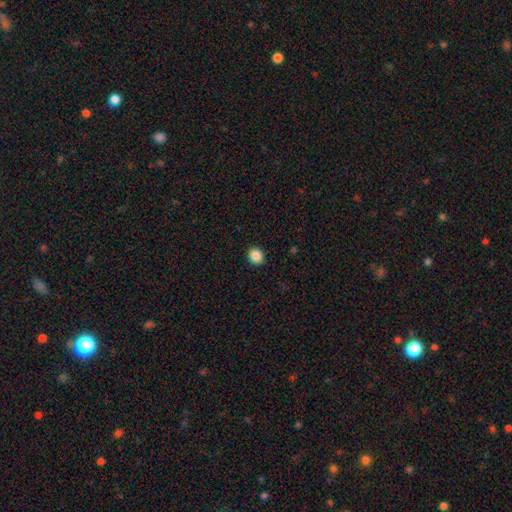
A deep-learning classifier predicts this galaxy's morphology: Smooth or featured?
  - smooth: 86% *
  - star or artifact: 10%
  - featured or disk: 4%
How rounded?
  - round: 77% *
  - in between: 22%
  - cigar-shaped: 1%
Merging?
  - none: 92% *
  - minor disturbance: 6%
  - major disturbance: 2%
  - merger: 1%